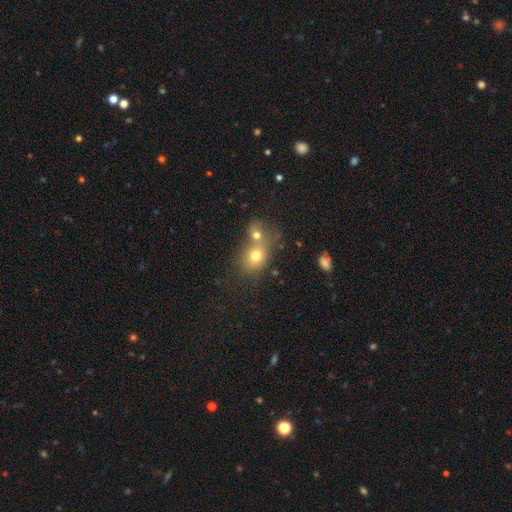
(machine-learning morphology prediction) The model was most divided on "how rounded": round: 53%, in between: 46%, cigar-shaped: 1%. More confident: smooth or featured — smooth (71%); merging — merger (53%).